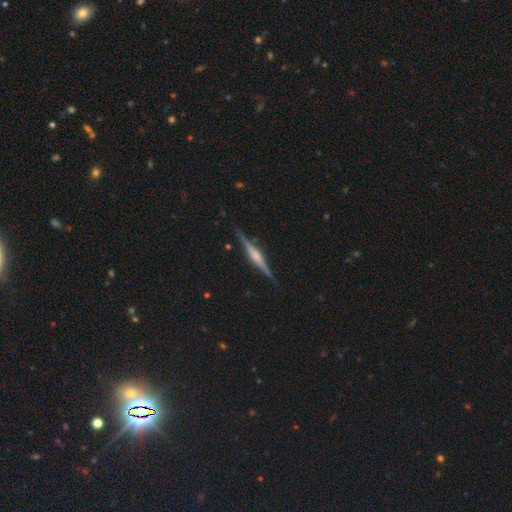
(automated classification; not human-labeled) This is likely a featured or disk galaxy (79%). It is clearly viewed edge-on (98%). Edge-on bulge: likely rounded (67%). Merging: clearly none (89%).